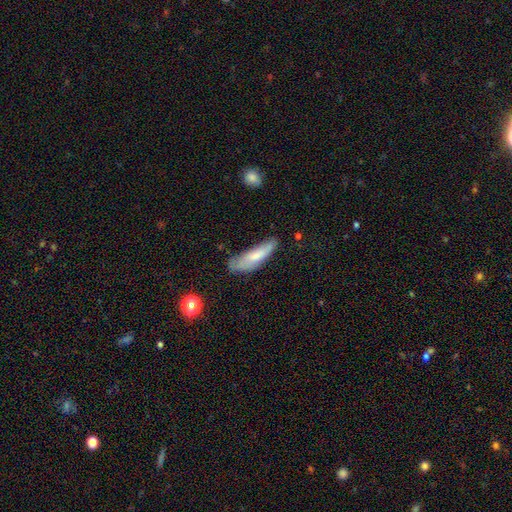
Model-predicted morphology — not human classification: smooth 64%, featured or disk 28%, star or artifact 8%. Down the decision tree: how rounded — cigar-shaped (60%); merging — none (46%).